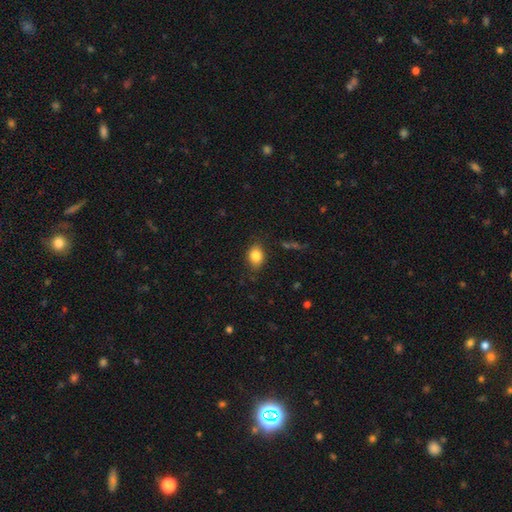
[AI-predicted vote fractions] Smooth or featured?
  - smooth: 84% *
  - star or artifact: 9%
  - featured or disk: 7%
How rounded?
  - in between: 68% *
  - round: 31%
  - cigar-shaped: 1%
Merging?
  - none: 81% *
  - minor disturbance: 14%
  - major disturbance: 4%
  - merger: 1%